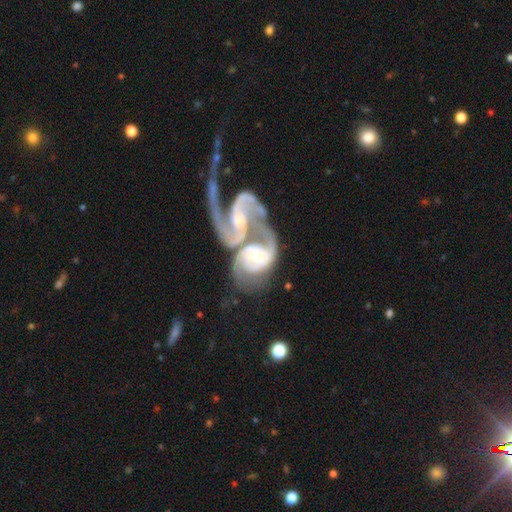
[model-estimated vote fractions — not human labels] Smooth or featured: featured or disk — 89% (smooth — 7%)
Edge-on disk: no — 97% (yes — 3%)
Bar: no — 53% (weak — 33%)
Spiral arms: yes — 96% (no — 4%)
Spiral winding: medium — 49% (loose — 26%)
Spiral arm count: 2 — 81% (can't tell — 7%)
Bulge size: moderate — 47% (small — 45%)
Merging: merger — 78% (none — 9%)